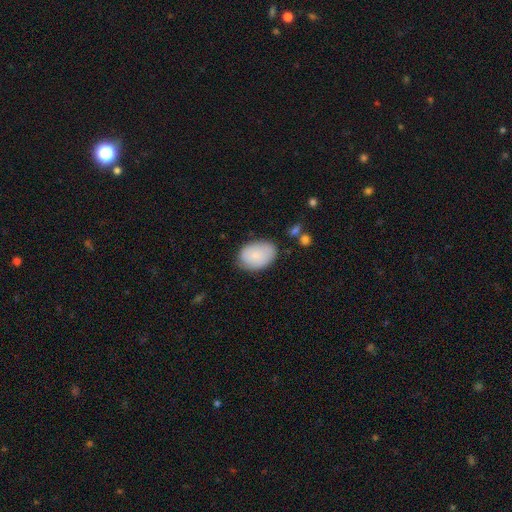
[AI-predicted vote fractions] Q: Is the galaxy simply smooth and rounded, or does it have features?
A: smooth — 76%.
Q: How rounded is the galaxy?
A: in between — 80%.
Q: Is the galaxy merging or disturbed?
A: none — 74%.